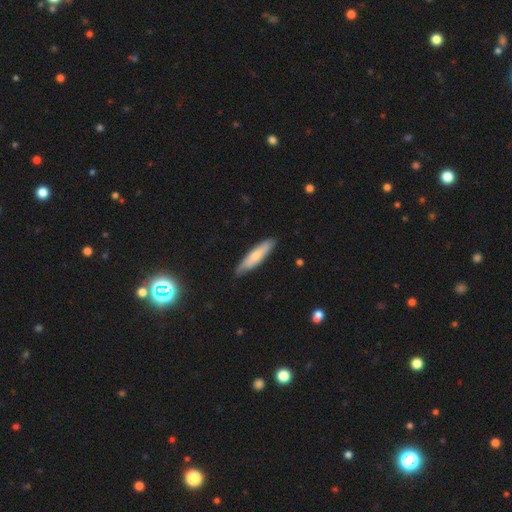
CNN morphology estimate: The model was most divided on "smooth or featured": smooth: 67%, featured or disk: 27%, star or artifact: 5%. More confident: merging — none (81%); how rounded — cigar-shaped (77%).